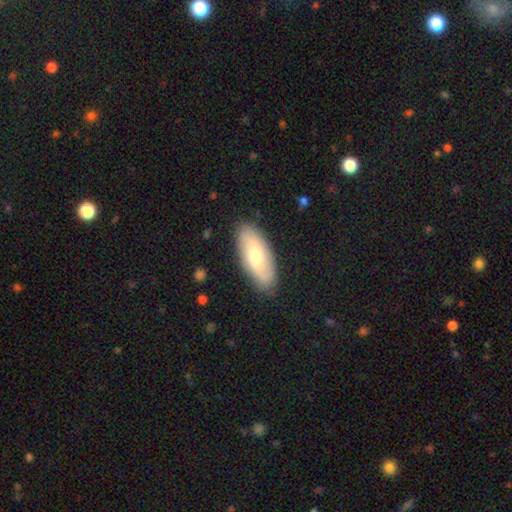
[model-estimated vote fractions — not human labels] This appears to be a smooth galaxy with no disk features (59%) that is in between round and cigar-shaped (86%). Merging: none (87%).